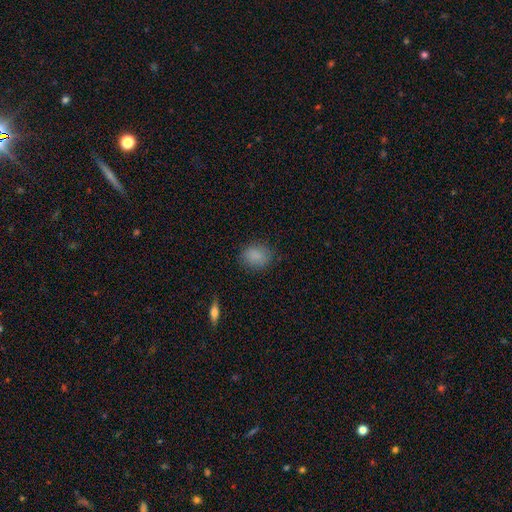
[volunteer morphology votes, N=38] This appears to be a smooth galaxy with no disk features (87%) that is in between round and cigar-shaped (55%). Merging: none (81%).